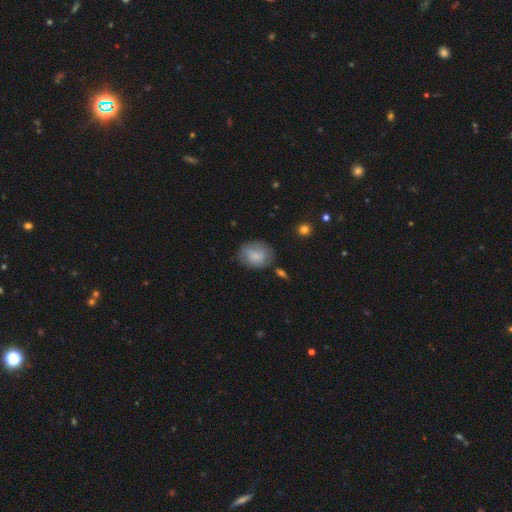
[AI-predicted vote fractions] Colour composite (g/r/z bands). It shows a smooth galaxy with no disk features (66%) that is in between round and cigar-shaped (51%). Merging: none (66%).